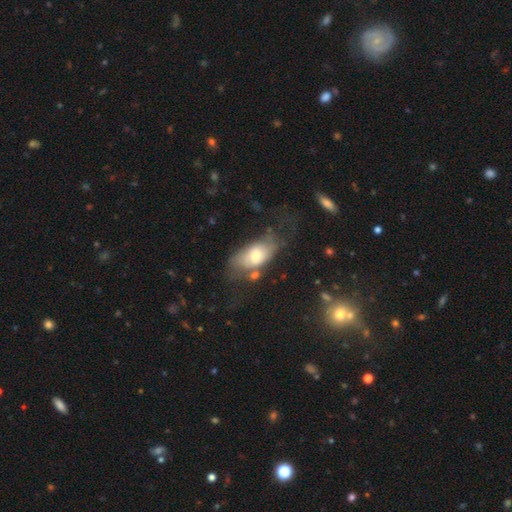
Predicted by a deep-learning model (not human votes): This appears to be a smooth galaxy with no disk features (55%) that is in between round and cigar-shaped (88%). Merging: none (42%).